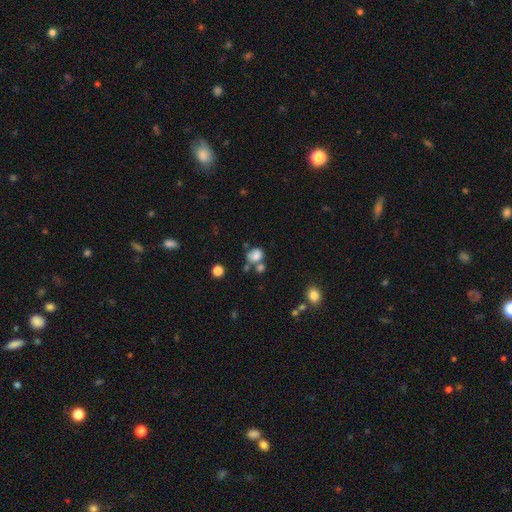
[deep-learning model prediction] Smooth or featured: smooth — 75% (featured or disk — 13%)
How rounded: round — 54% (in between — 45%)
Merging: none — 39% (merger — 34%)